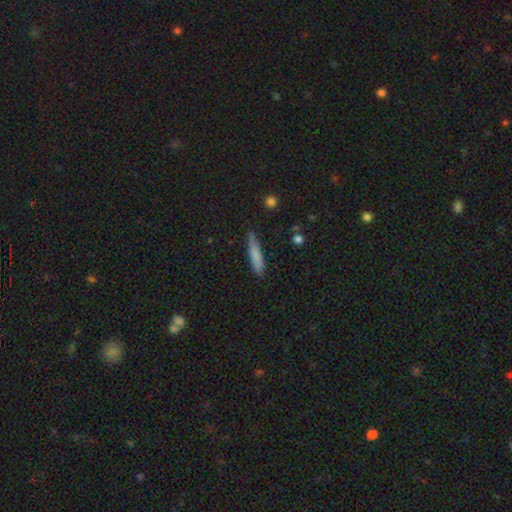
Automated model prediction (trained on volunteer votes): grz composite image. It shows a smooth galaxy with no disk features (78%) that is cigar-shaped (86%). Merging: none (79%).